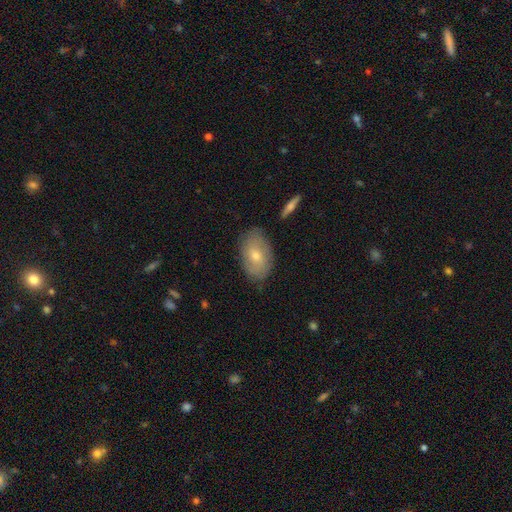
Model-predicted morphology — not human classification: Q: Smooth or featured?
A: smooth (60%); runner-up: featured or disk (32%)
Q: How rounded?
A: in between (91%); runner-up: round (7%)
Q: Merging?
A: none (81%); runner-up: minor disturbance (14%)